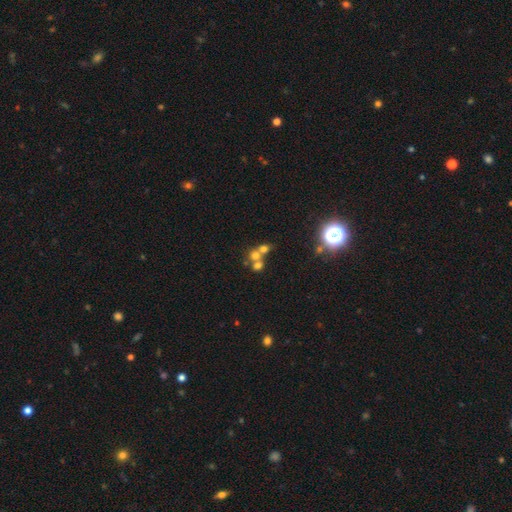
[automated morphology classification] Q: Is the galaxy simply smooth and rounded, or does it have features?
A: smooth — 58%.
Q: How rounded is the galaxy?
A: round — 77%.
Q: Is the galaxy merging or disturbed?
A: merger — 58%.